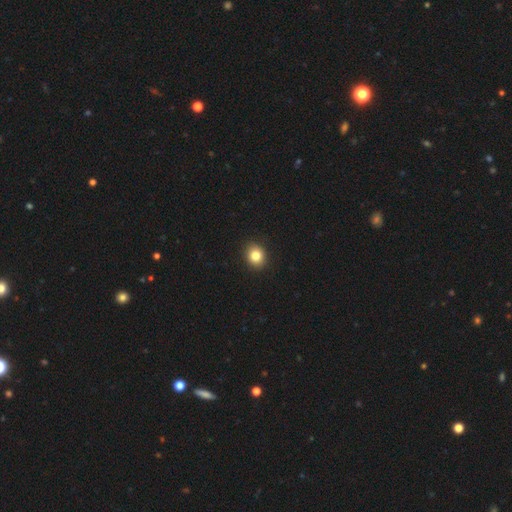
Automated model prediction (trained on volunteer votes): A smooth galaxy with no disk features (84%) that is round (68%).

Vote fractions:
- Smooth or featured? smooth: 84% / star or artifact: 10% / featured or disk: 6%
- How rounded? round: 68% / in between: 31% / cigar-shaped: 1%
- Merging? none: 91% / minor disturbance: 6% / major disturbance: 2% / merger: 1%